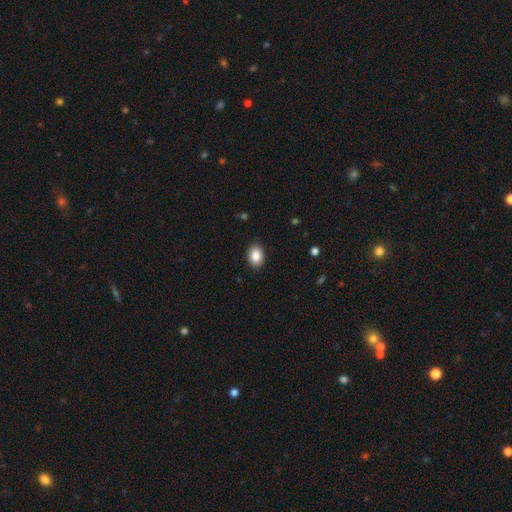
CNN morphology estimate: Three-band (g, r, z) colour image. It shows a smooth galaxy with no disk features (87%) that is in between round and cigar-shaped (78%). Merging: none (88%).